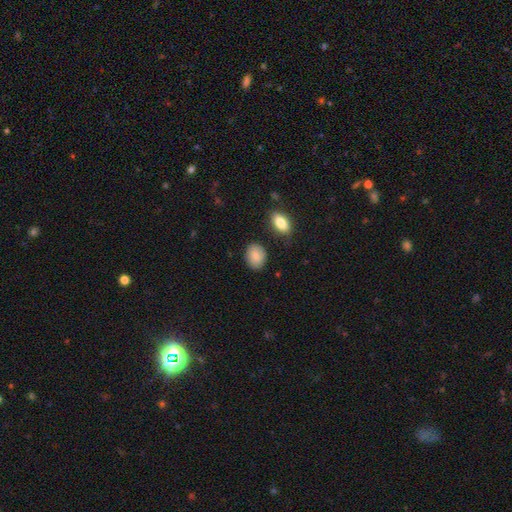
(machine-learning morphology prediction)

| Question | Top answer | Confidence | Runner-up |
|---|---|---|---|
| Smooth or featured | smooth | 86% | star or artifact (7%) |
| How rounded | in between | 64% | round (35%) |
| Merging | none | 83% | minor disturbance (12%) |